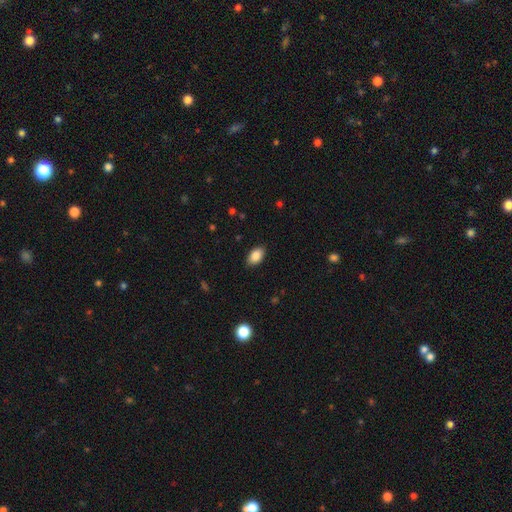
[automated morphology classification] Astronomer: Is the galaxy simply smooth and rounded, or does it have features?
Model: smooth — 88%.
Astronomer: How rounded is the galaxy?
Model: in between — 92%.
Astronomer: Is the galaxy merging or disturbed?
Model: none — 87%.